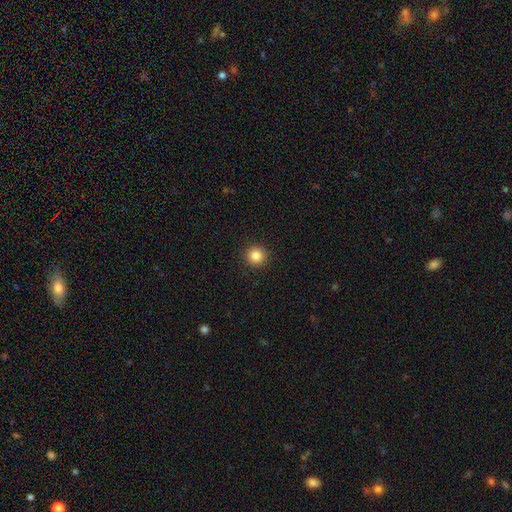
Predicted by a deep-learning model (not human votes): Smooth or featured? smooth (85%)
How rounded? round (95%)
Merging? none (93%)